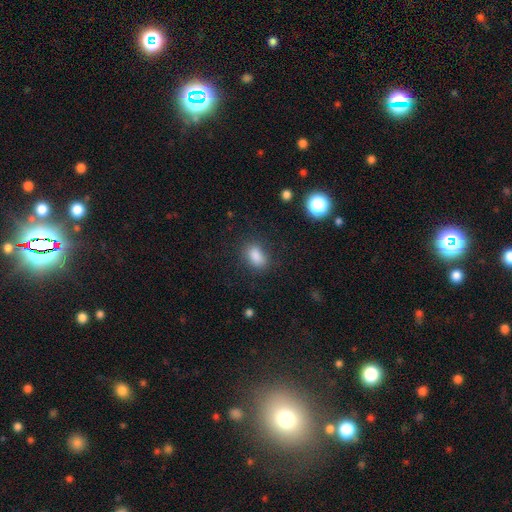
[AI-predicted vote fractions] A smooth galaxy with no disk features (85%) that is in between round and cigar-shaped (85%).

Vote fractions:
- Smooth or featured? smooth: 85% / star or artifact: 10% / featured or disk: 5%
- How rounded? in between: 85% / round: 13% / cigar-shaped: 2%
- Merging? none: 79% / minor disturbance: 14% / major disturbance: 5% / merger: 2%